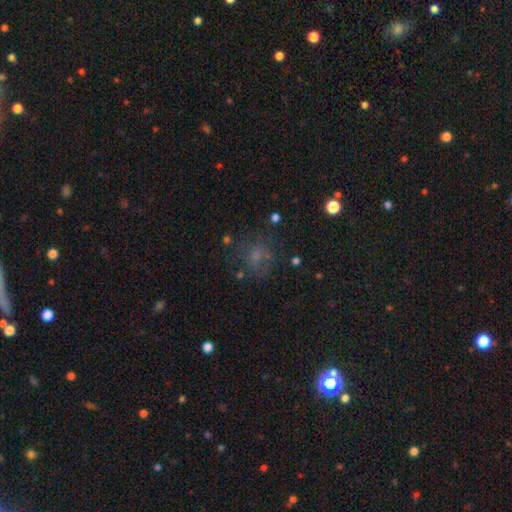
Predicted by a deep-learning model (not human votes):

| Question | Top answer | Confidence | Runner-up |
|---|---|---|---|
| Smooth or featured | star or artifact | 42% | smooth (33%) |